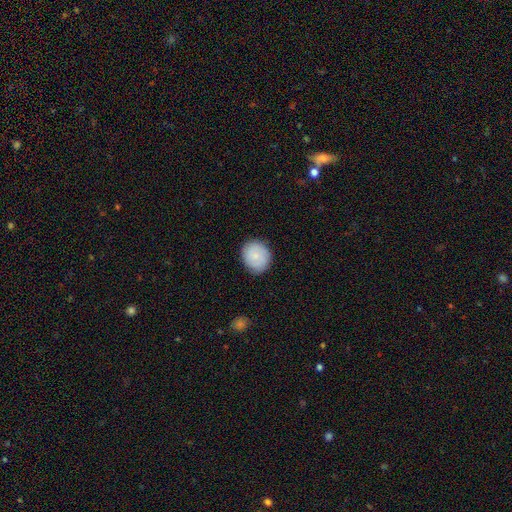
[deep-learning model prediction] smooth 82%, featured or disk 12%, star or artifact 6%. Down the decision tree: how rounded — round (73%); merging — none (85%).